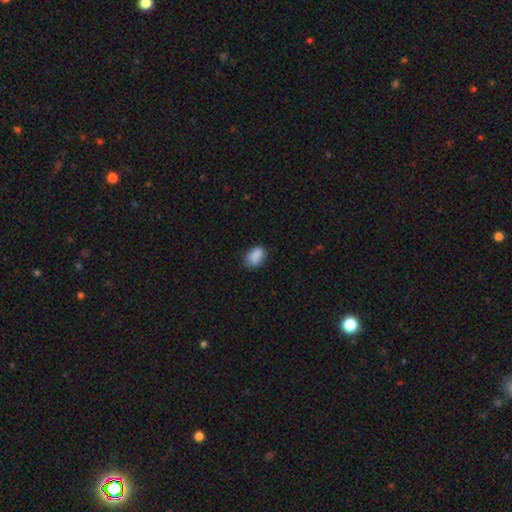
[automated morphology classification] A smooth galaxy with no disk features (88%) that is in between round and cigar-shaped (82%).

Vote fractions:
- Smooth or featured? smooth: 88% / star or artifact: 9% / featured or disk: 4%
- How rounded? in between: 82% / round: 16% / cigar-shaped: 1%
- Merging? none: 75% / minor disturbance: 20% / major disturbance: 4% / merger: 1%